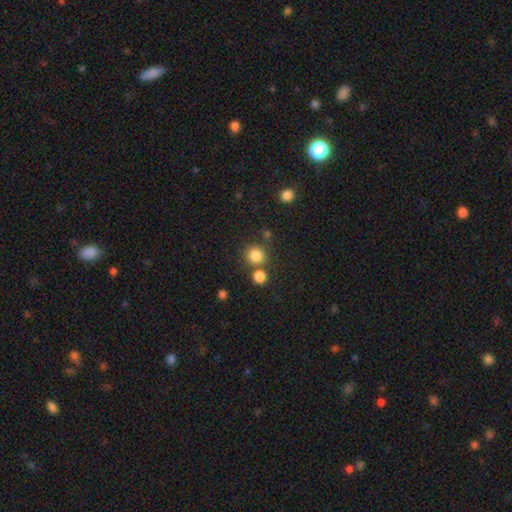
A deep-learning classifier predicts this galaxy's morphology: A smooth galaxy with no disk features (82%) that is round (90%).

Vote fractions:
- Smooth or featured? smooth: 82% / star or artifact: 13% / featured or disk: 5%
- How rounded? round: 90% / in between: 9% / cigar-shaped: 1%
- Merging? none: 69% / merger: 19% / minor disturbance: 8% / major disturbance: 3%